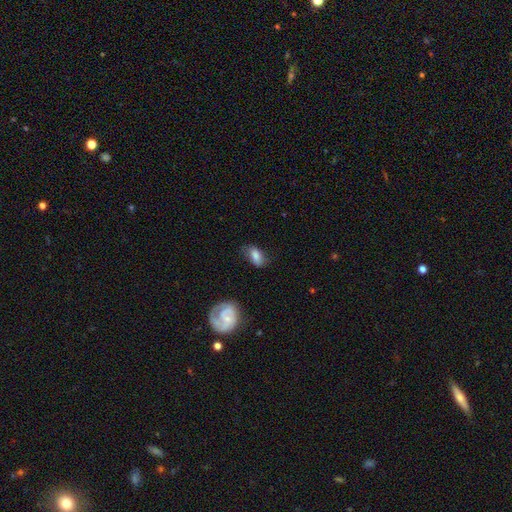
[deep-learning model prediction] This is likely a smooth galaxy (73%). How rounded: clearly in between (88%). Merging: likely none (64%).